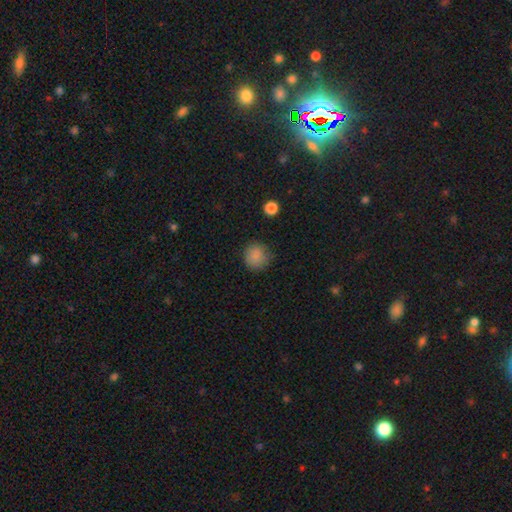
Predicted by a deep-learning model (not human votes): A smooth galaxy with no disk features (85%) that is round (91%).

Vote fractions:
- Smooth or featured? smooth: 85% / star or artifact: 10% / featured or disk: 4%
- How rounded? round: 91% / in between: 8% / cigar-shaped: 1%
- Merging? none: 80% / minor disturbance: 14% / major disturbance: 4% / merger: 1%